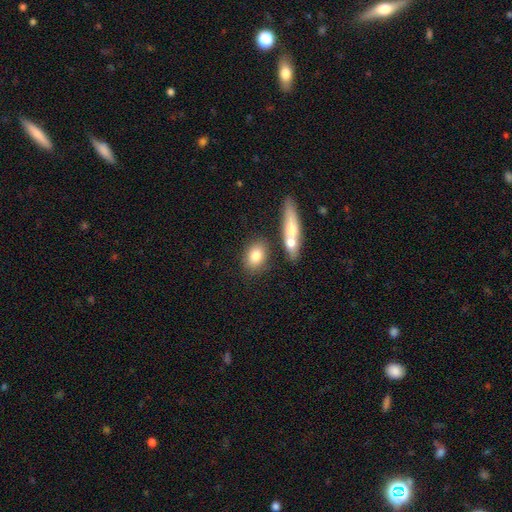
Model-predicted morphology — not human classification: A smooth galaxy with no disk features (79%) that is in between round and cigar-shaped (65%). Merging: none (72%).